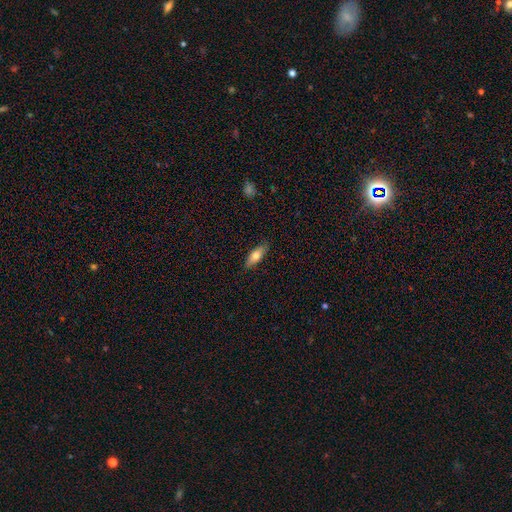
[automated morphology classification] smooth-or-featured: smooth: 71% | featured or disk: 22% | star or artifact: 6%
  how-rounded: in between: 65% | cigar-shaped: 33% | round: 2%
  merging: none: 84% | minor disturbance: 13% | major disturbance: 2% | merger: 1%